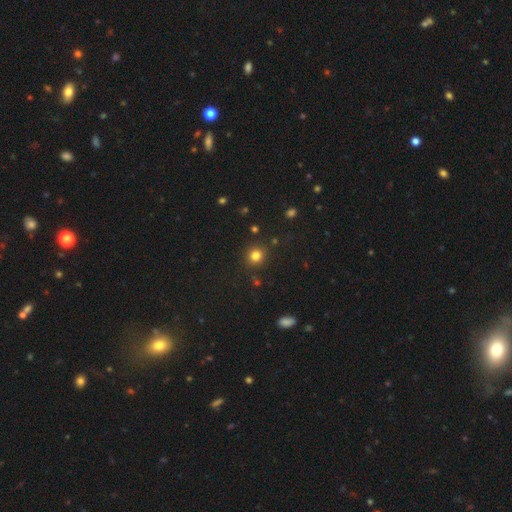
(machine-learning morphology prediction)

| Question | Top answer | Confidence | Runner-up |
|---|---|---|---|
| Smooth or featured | smooth | 80% | star or artifact (14%) |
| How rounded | round | 89% | in between (10%) |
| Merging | none | 87% | minor disturbance (7%) |